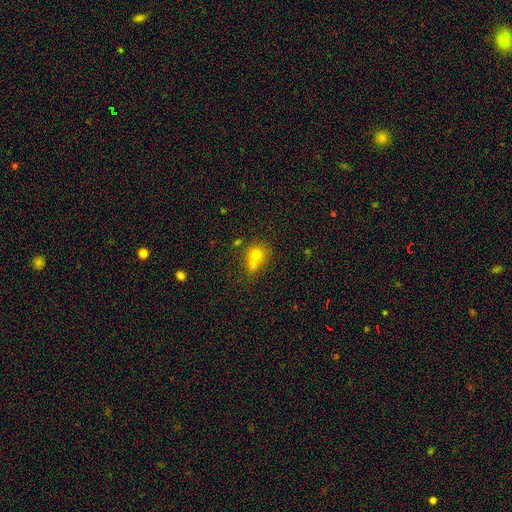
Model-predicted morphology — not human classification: This appears to be a smooth galaxy with no disk features (68%) that is round (70%). Merging: merger (61%).